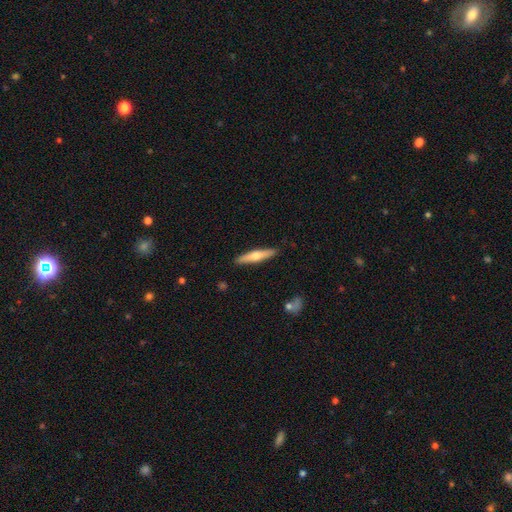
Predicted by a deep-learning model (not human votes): The model was most divided on "smooth or featured": smooth: 49%, featured or disk: 46%, star or artifact: 5%. More confident: merging — none (90%).